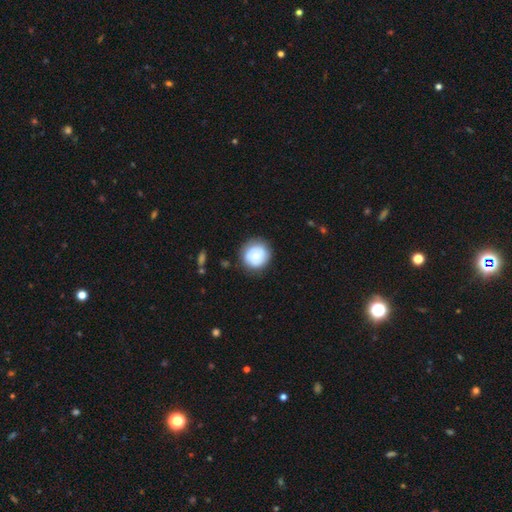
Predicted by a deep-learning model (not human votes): The model was most divided on "smooth or featured": smooth: 60%, featured or disk: 33%, star or artifact: 7%. More confident: how rounded — round (91%); merging — none (81%).